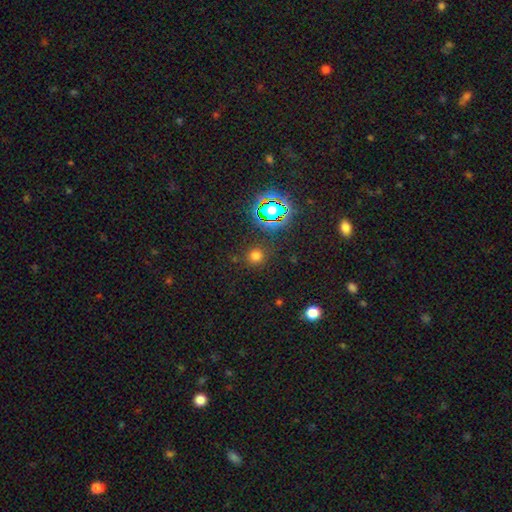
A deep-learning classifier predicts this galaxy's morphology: smooth 67%, star or artifact 27%, featured or disk 6%. Down the decision tree: how rounded — round (91%); merging — none (86%).